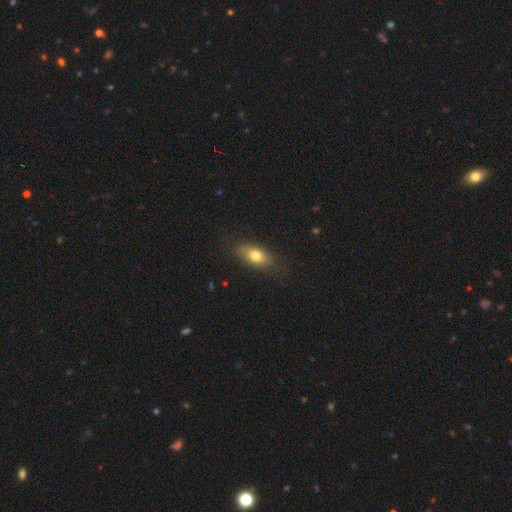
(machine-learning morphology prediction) A smooth galaxy with no disk features (75%) that is in between round and cigar-shaped (78%).

Vote fractions:
- Smooth or featured? smooth: 75% / featured or disk: 18% / star or artifact: 8%
- How rounded? in between: 78% / cigar-shaped: 15% / round: 7%
- Merging? none: 80% / minor disturbance: 15% / major disturbance: 4% / merger: 1%